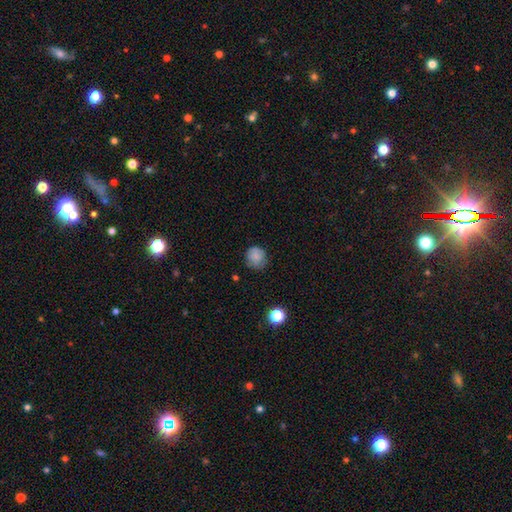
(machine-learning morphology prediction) This is clearly a smooth galaxy (81%). How rounded: clearly round (86%). Merging: likely none (72%).